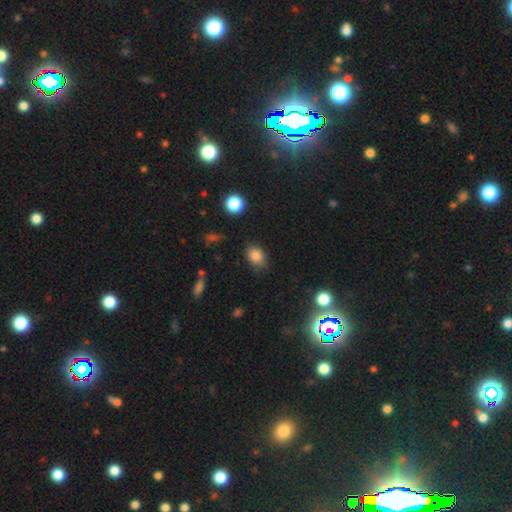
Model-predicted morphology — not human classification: The model was most divided on "how rounded": in between: 71%, round: 28%, cigar-shaped: 1%. More confident: smooth or featured — smooth (84%); merging — none (78%).